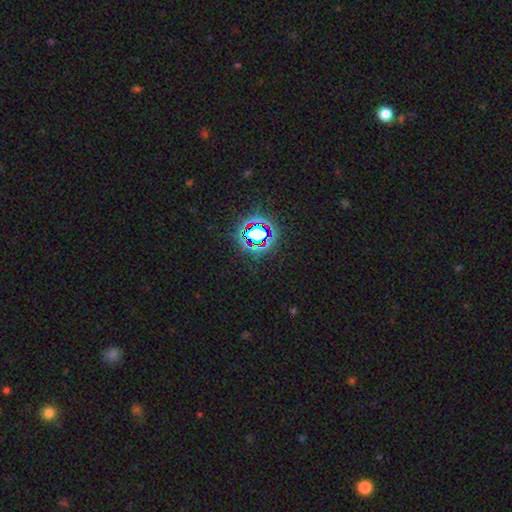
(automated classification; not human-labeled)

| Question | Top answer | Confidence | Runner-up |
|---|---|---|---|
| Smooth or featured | star or artifact | 76% | smooth (14%) |